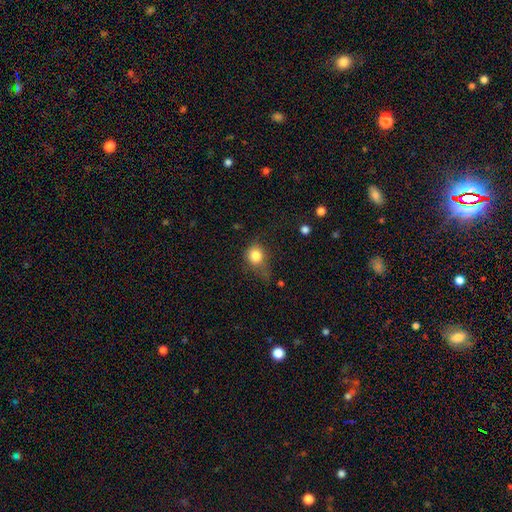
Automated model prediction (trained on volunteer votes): This is clearly a smooth galaxy (82%). How rounded: likely round (72%). Merging: marginally none (42%).